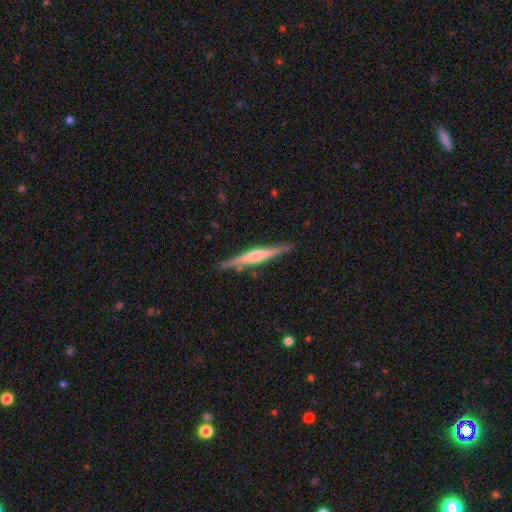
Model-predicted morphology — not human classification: A featured or disk galaxy (63%) viewed edge-on (97%) with a rounded central bulge (61%).

Vote fractions:
- Smooth or featured? featured or disk: 63% / smooth: 32% / star or artifact: 6%
- Edge-on disk? yes: 97% / no: 3%
- Edge-on bulge? rounded: 61% / boxy: 20% / none: 19%
- Merging? none: 85% / minor disturbance: 11% / merger: 2% / major disturbance: 2%